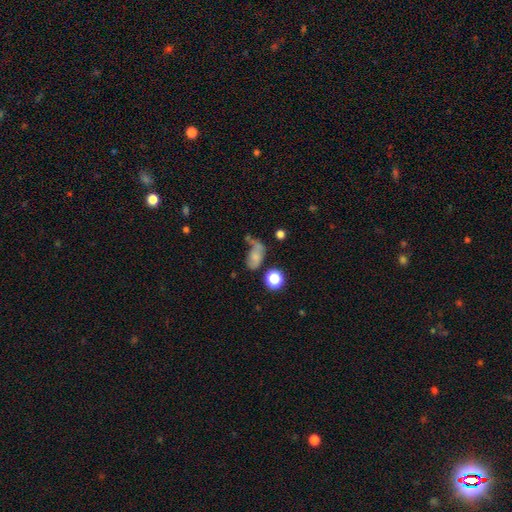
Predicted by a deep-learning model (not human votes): A smooth galaxy with no disk features (64%) that is in between round and cigar-shaped (79%). Merging: major disturbance (30%).